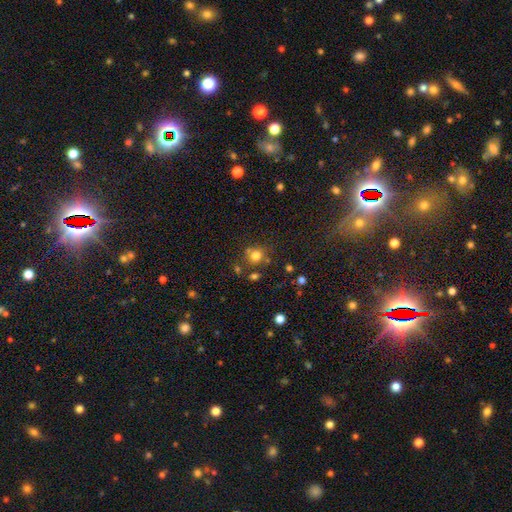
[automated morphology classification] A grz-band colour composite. It shows a smooth galaxy with no disk features (75%) that is round (84%). Merging: none (67%).